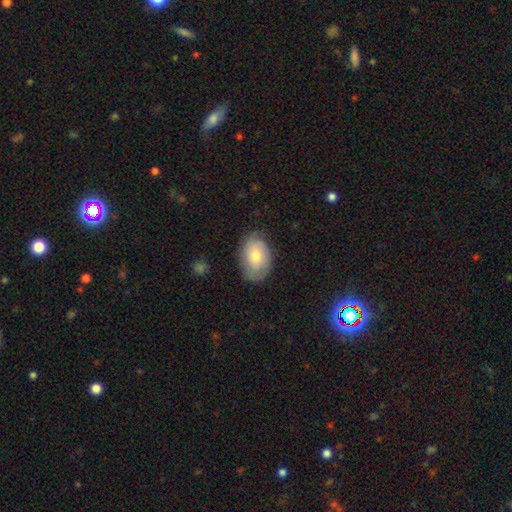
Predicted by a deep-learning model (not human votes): smooth-or-featured: smooth: 59% | featured or disk: 34% | star or artifact: 7%
  how-rounded: in between: 83% | round: 16% | cigar-shaped: 1%
  merging: none: 71% | minor disturbance: 22% | major disturbance: 6% | merger: 1%